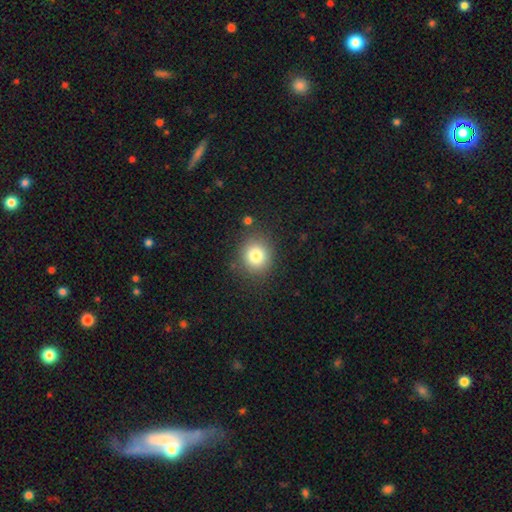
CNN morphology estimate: The model was most divided on "smooth or featured": smooth: 80%, star or artifact: 12%, featured or disk: 8%. More confident: merging — none (85%); how rounded — round (84%).